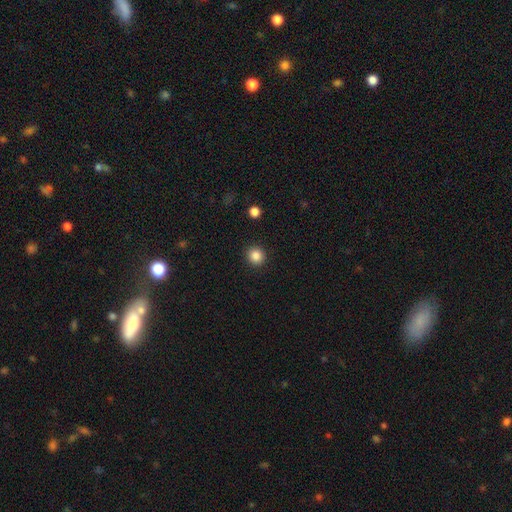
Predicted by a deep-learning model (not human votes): A smooth galaxy with no disk features (86%) that is round (92%).

Vote fractions:
- Smooth or featured? smooth: 86% / star or artifact: 10% / featured or disk: 3%
- How rounded? round: 92% / in between: 7% / cigar-shaped: 1%
- Merging? none: 92% / minor disturbance: 5% / major disturbance: 2% / merger: 1%